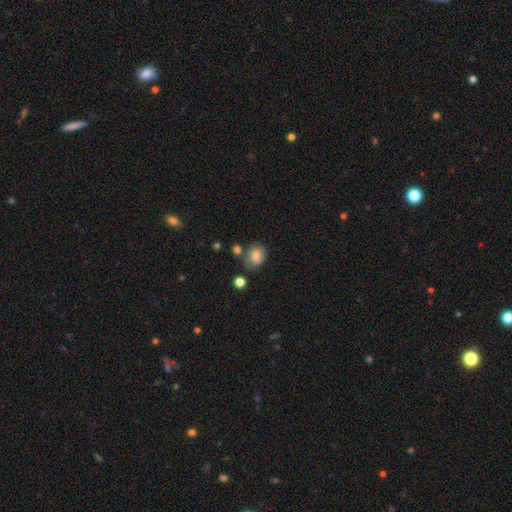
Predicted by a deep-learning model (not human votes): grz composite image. It shows a smooth galaxy with no disk features (71%) that is round (51%). Merging: none (62%).